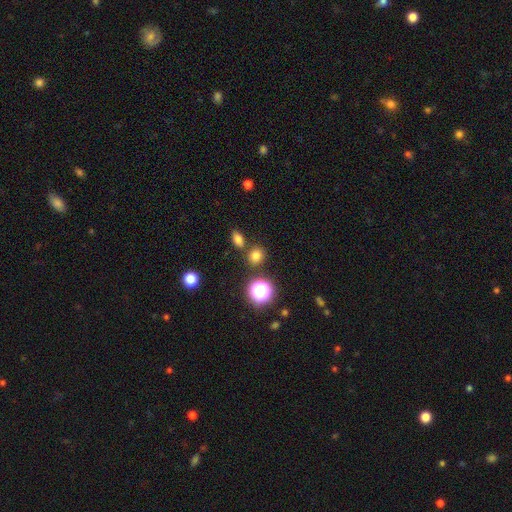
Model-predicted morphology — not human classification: Overall: smooth (74%). How rounded: round (72%). Merging: none (77%).